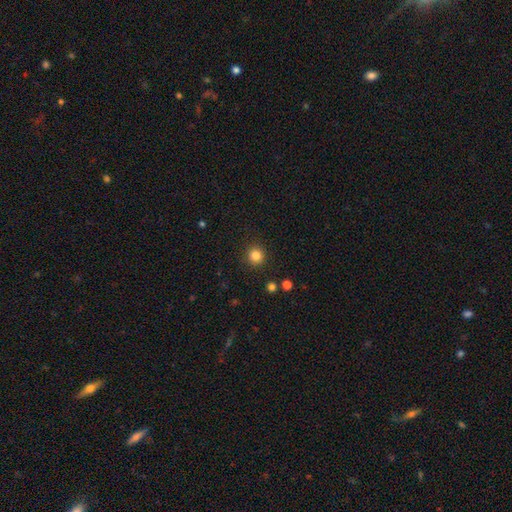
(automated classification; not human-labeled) smooth_or_featured: smooth (p=0.83) [alt: star or artifact p=0.13]
how_rounded: round (p=0.93) [alt: in between p=0.06]
merging: none (p=0.90) [alt: minor disturbance p=0.06]